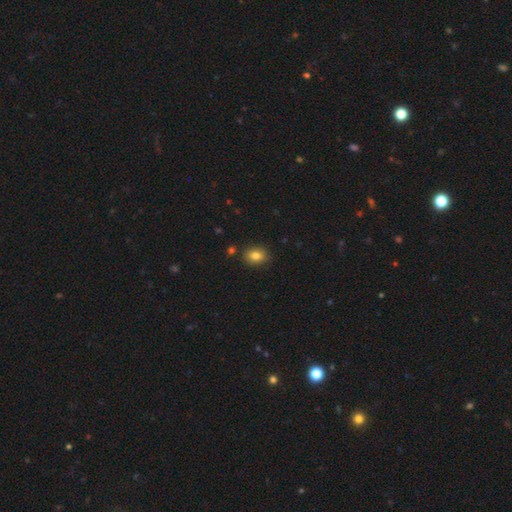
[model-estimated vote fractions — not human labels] Smooth or featured: smooth — 82% (star or artifact — 10%)
How rounded: in between — 55% (round — 44%)
Merging: none — 85% (minor disturbance — 10%)